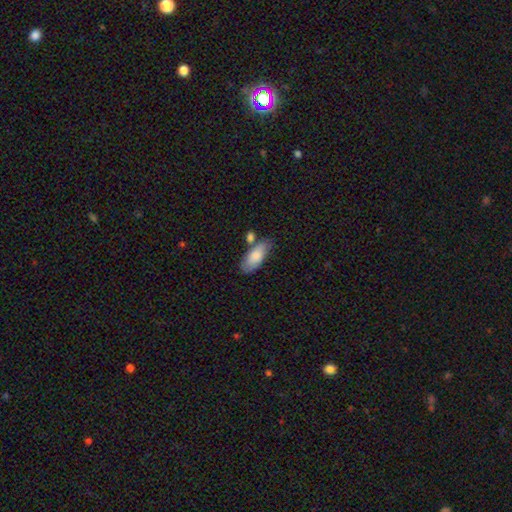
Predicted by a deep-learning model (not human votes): This is clearly a smooth galaxy (81%). How rounded: clearly in between (85%). Merging: possibly none (60%).